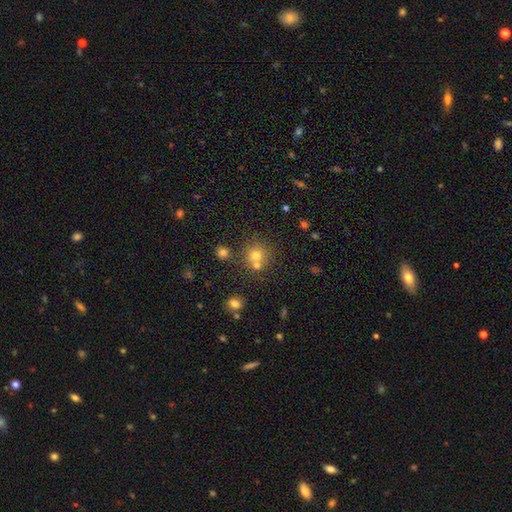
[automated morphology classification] A smooth galaxy with no disk features (70%) that is round (90%).

Vote fractions:
- Smooth or featured? smooth: 70% / star or artifact: 19% / featured or disk: 11%
- How rounded? round: 90% / in between: 9% / cigar-shaped: 1%
- Merging? none: 61% / merger: 28% / minor disturbance: 8% / major disturbance: 3%